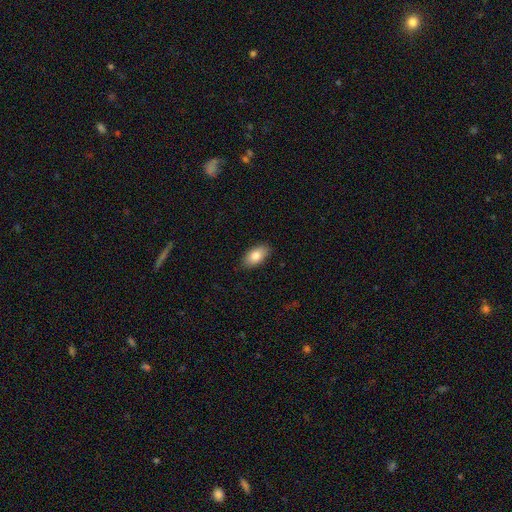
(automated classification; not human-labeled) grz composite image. It shows a smooth galaxy with no disk features (82%) that is in between round and cigar-shaped (93%). Merging: none (88%).